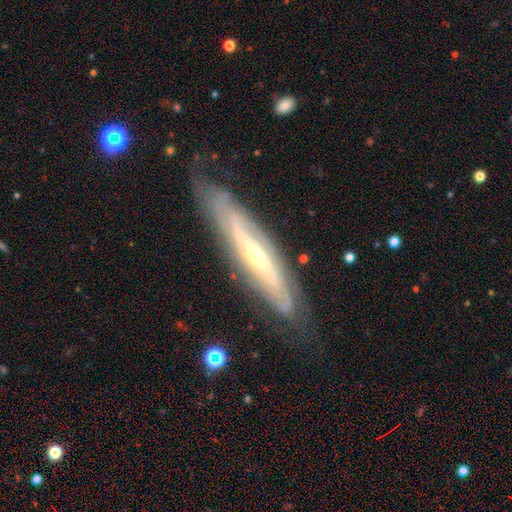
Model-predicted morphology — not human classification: smooth-or-featured: featured or disk: 81% | smooth: 13% | star or artifact: 6%
  disk-edge-on: no: 57% | yes: 43%
  merging: none: 73% | minor disturbance: 19% | major disturbance: 6% | merger: 2%